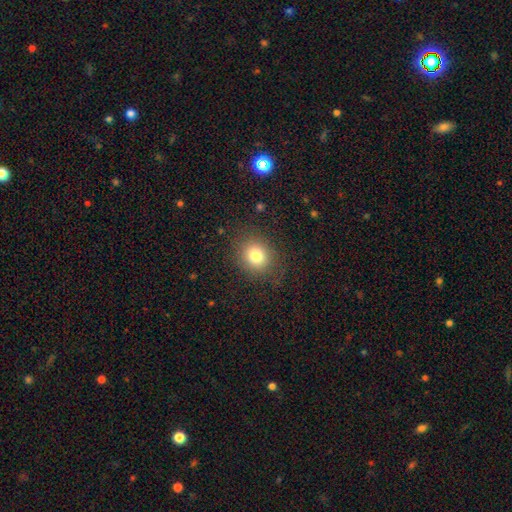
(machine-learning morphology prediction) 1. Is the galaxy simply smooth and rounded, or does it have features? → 80% smooth, 12% star or artifact, 8% featured or disk.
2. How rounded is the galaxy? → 71% round, 28% in between, 1% cigar-shaped.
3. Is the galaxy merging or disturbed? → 84% none, 10% minor disturbance, 5% major disturbance, 1% merger.